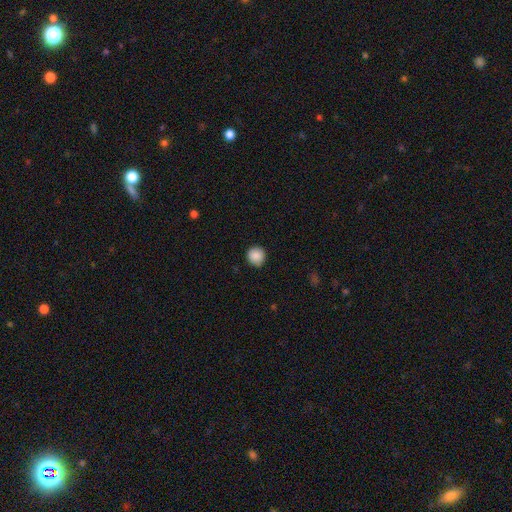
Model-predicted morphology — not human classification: A smooth galaxy with no disk features (88%) that is round (93%). Merging: none (88%).